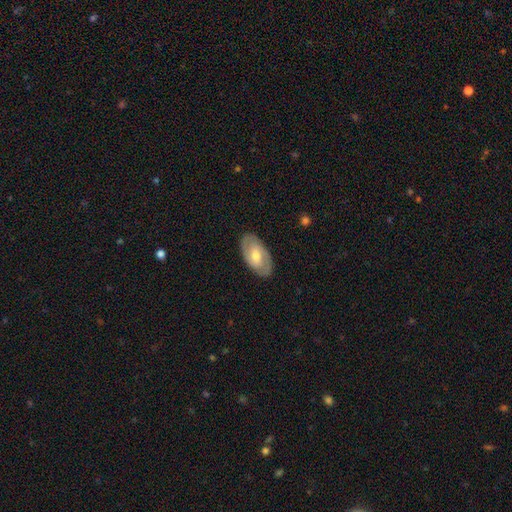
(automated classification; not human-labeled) Morphology: type=featured or disk (59%); edge-on=no (93%); bar=weak (45%); spiral arms=yes (70%); bulge=moderate (64%); merging=none (85%).